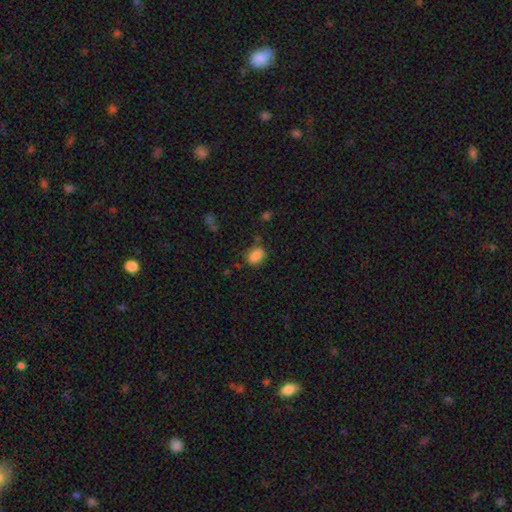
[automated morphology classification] type=smooth (86%); roundness=in between (79%); merging=none (74%).